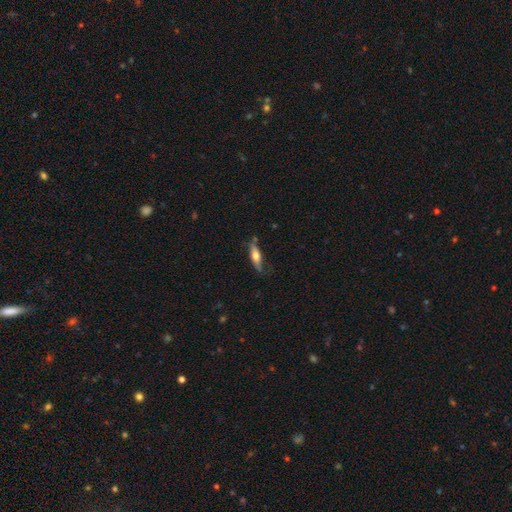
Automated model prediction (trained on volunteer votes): Smooth or featured: smooth — 51% (featured or disk — 44%)
How rounded: cigar-shaped — 63% (in between — 34%)
Merging: none — 73% (minor disturbance — 20%)